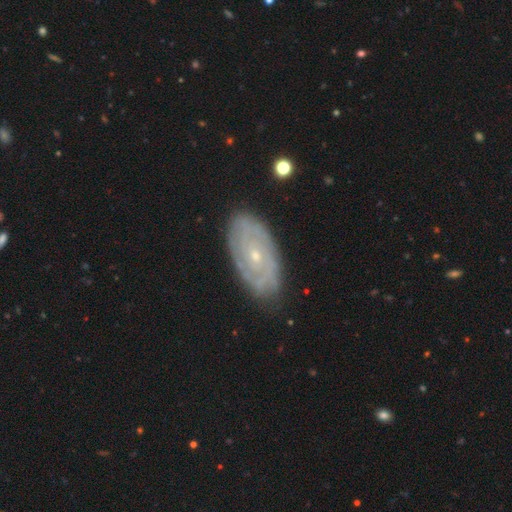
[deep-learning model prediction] This appears to be a featured or disk galaxy (77%) with no bar (77%), tight (74%) spiral arms (84%) and a small central bulge (77%). Merging: none (82%).